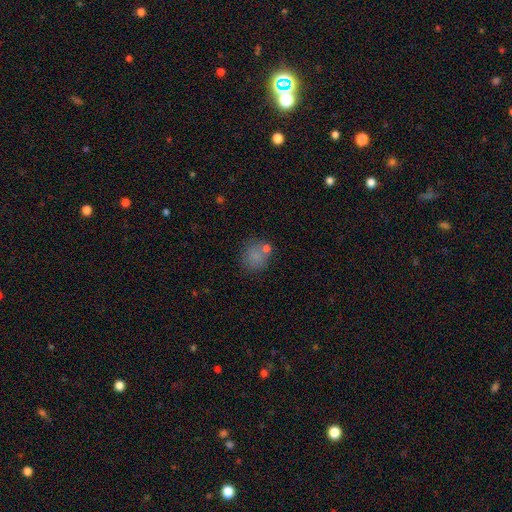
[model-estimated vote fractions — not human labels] A smooth galaxy with no disk features (77%) that is round (78%). Merging: none (61%).